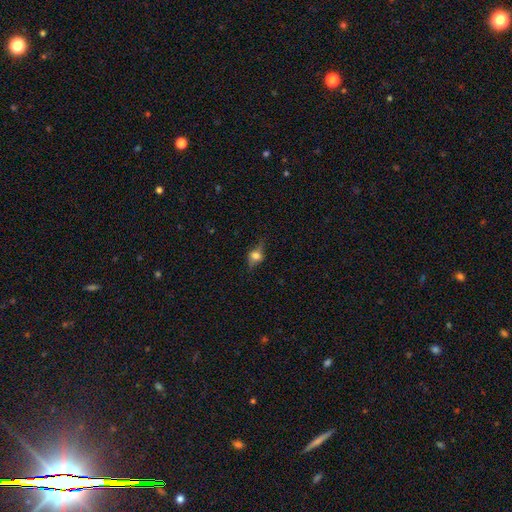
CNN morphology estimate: This appears to be a featured or disk galaxy (44%, tied with smooth). Merging: none (71%).